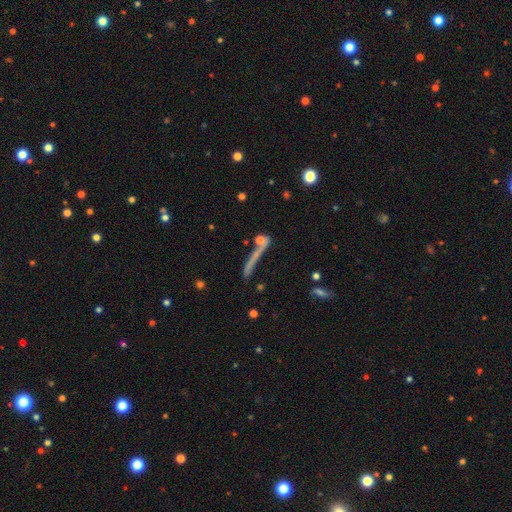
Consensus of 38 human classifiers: featured or disk 53%, smooth 42%, star or artifact 5%. Down the decision tree: edge-on disk — yes (90%); edge-on bulge — none (78%); merging — none (44%).